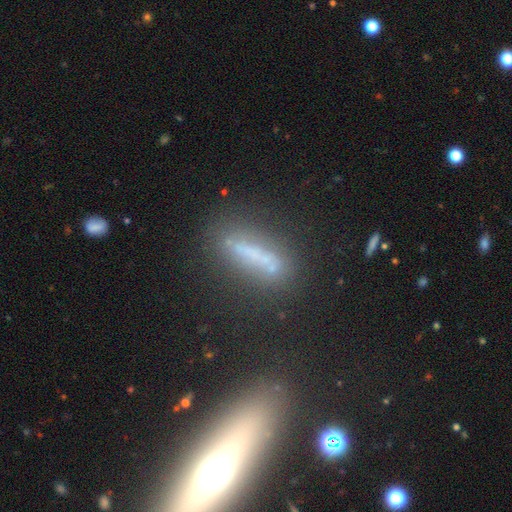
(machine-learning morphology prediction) Overall: smooth (46%; featured or disk 37%). Merging: none (68%).